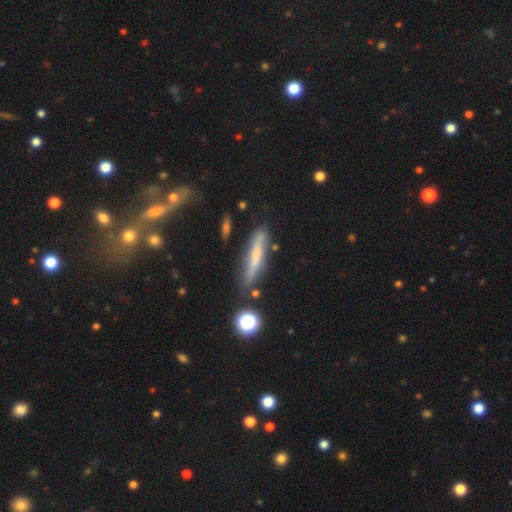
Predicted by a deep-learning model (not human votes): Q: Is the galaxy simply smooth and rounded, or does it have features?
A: smooth — 52%.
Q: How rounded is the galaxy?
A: cigar-shaped — 87%.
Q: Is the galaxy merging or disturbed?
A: none — 74%.